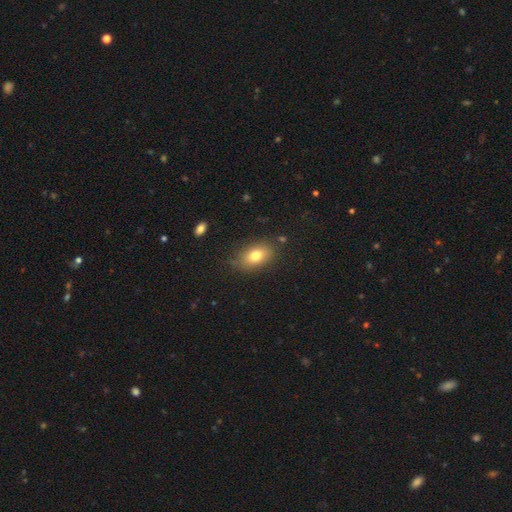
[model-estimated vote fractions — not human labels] smooth_or_featured: smooth (p=0.78) [alt: featured or disk p=0.13]
how_rounded: in between (p=0.85) [alt: round p=0.13]
merging: none (p=0.79) [alt: minor disturbance p=0.15]